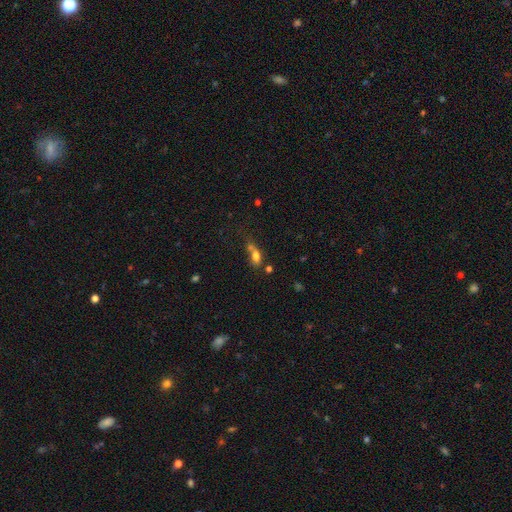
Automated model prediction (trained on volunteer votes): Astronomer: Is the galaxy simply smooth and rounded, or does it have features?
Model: smooth — 71%.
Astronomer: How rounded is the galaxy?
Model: in between — 70%.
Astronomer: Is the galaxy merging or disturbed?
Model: merger — 43% (runner-up: none, 30%).